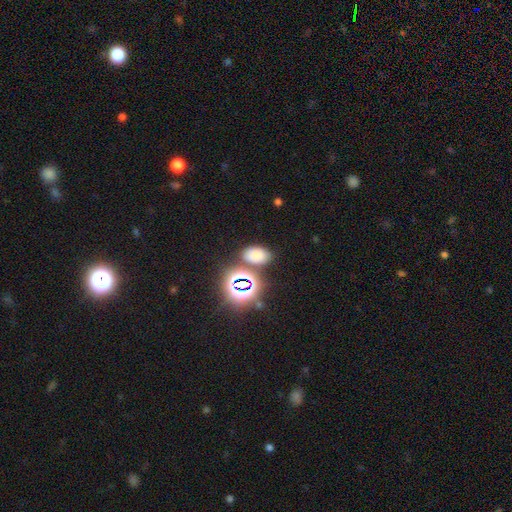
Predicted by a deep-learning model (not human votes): smooth-or-featured: smooth: 66% | star or artifact: 27% | featured or disk: 7%
  how-rounded: in between: 81% | round: 17% | cigar-shaped: 2%
  merging: none: 75% | minor disturbance: 11% | merger: 10% | major disturbance: 4%